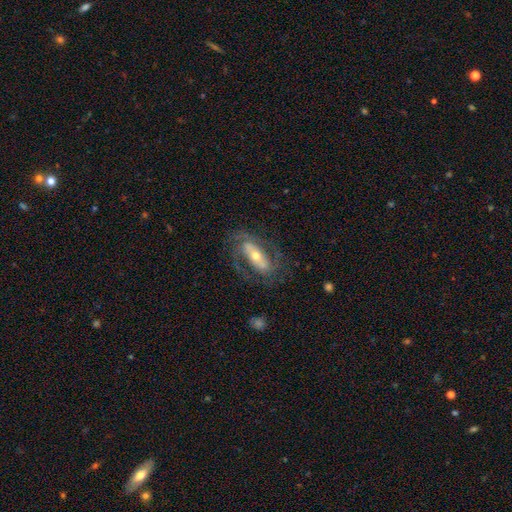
Smooth or featured?
  - featured or disk: 69% *
  - smooth: 28%
  - star or artifact: 3%
Edge-on disk?
  - no: 96% *
  - yes: 4%
Bar?
  - strong: 50% *
  - weak: 31%
  - no: 19%
Spiral arms?
  - yes: 85% *
  - no: 15%
Spiral winding?
  - tight: 45% *
  - medium: 41%
  - loose: 14%
Spiral arm count?
  - 2: 95% *
  - 3: 5%
  - 1: 0%
  - 4: 0%
  - more than 4: 0%
  - can't tell: 0%
Bulge size?
  - moderate: 50% * (tied)
  - small: 50% * (tied)
  - dominant: 0%
  - large: 0%
  - none: 0%
Merging?
  - none: 58% *
  - minor disturbance: 26%
  - major disturbance: 16%
  - merger: 0%